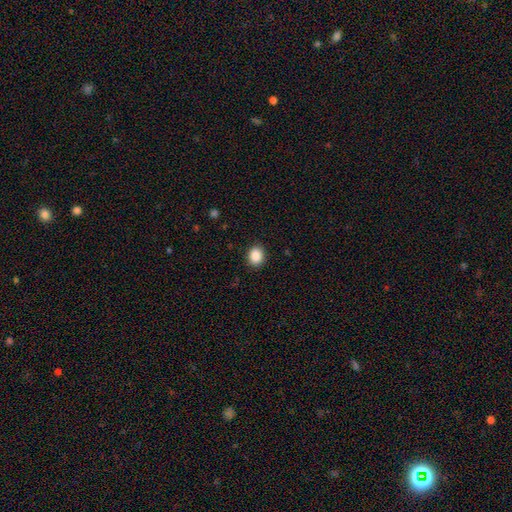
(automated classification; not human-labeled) Smooth or featured? smooth (88%)
How rounded? round (56%)
Merging? none (89%)